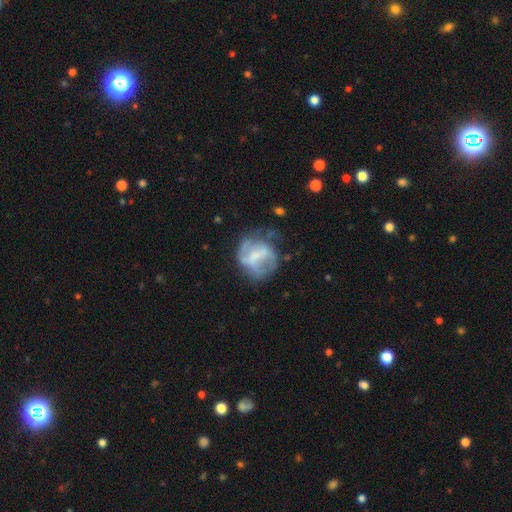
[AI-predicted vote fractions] Smooth or featured? Predicted: featured or disk (p=0.66). Edge-on disk? Predicted: no (p=0.97). Bar? Predicted: weak (p=0.43). Spiral arms? Predicted: yes (p=0.62). Bulge size? Predicted: none (p=0.34). Merging? Predicted: none (p=0.48).